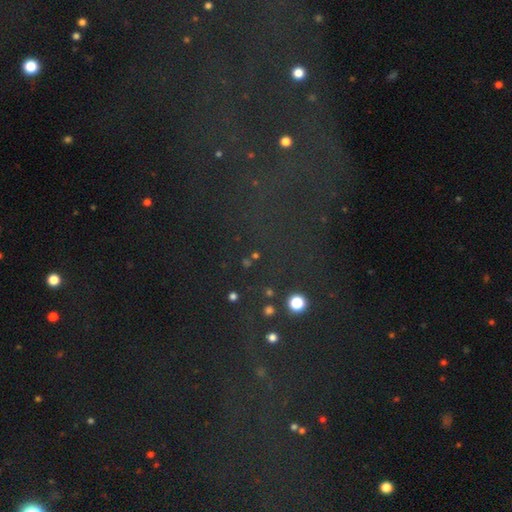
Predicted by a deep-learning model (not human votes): A star or artifact, not a galaxy (61%).

Vote fractions:
- Smooth or featured? star or artifact: 61% / smooth: 30% / featured or disk: 9%